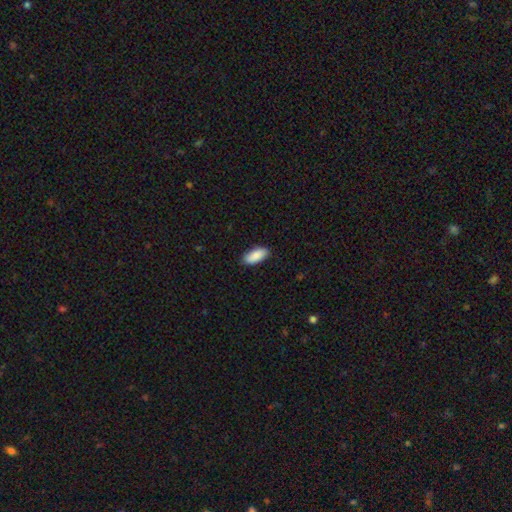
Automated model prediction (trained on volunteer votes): Overall: smooth (89%). How rounded: in between (88%). Merging: none (89%).